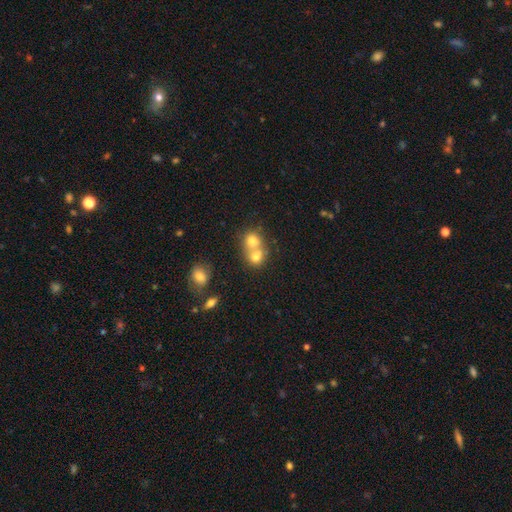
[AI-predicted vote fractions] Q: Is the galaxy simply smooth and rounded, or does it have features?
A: smooth — 67%.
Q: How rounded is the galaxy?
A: round — 77%.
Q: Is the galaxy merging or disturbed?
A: merger — 64%.